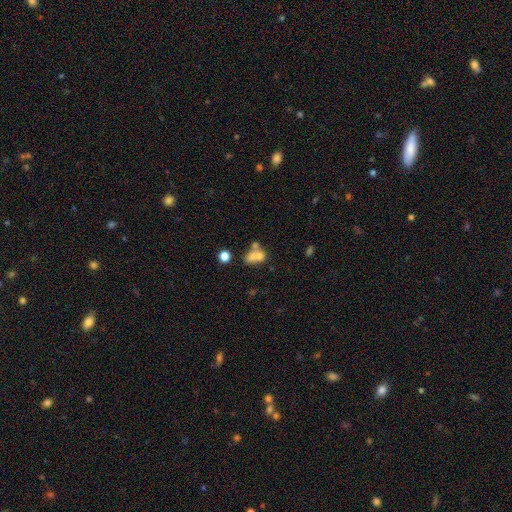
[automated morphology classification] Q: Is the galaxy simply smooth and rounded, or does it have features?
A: smooth — 63%.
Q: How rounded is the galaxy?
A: in between — 57%.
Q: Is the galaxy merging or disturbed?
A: merger — 57%.